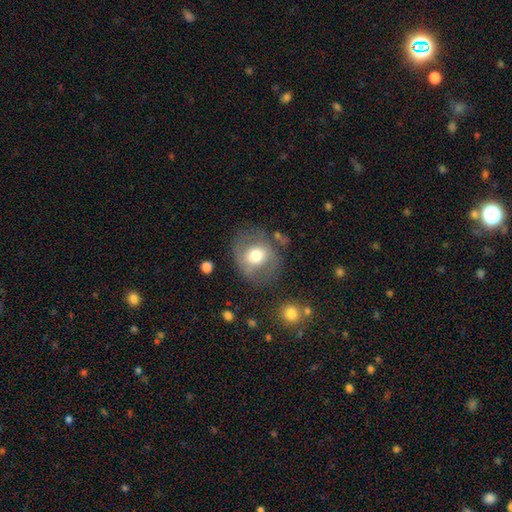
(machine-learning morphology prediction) Q: Smooth or featured?
A: smooth (50%); runner-up: featured or disk (42%)
Q: How rounded?
A: round (64%); runner-up: in between (35%)
Q: Merging?
A: none (65%); runner-up: minor disturbance (19%)